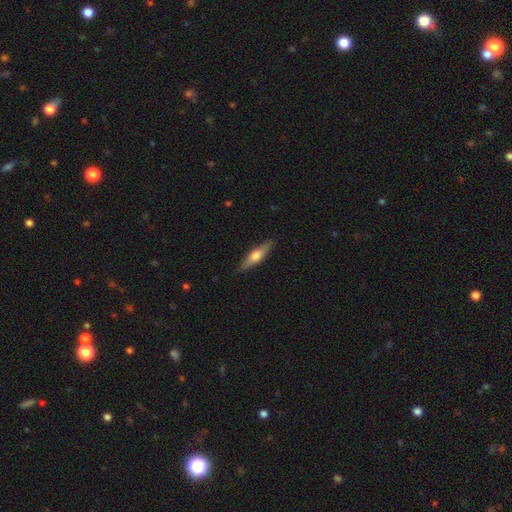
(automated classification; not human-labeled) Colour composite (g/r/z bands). It shows a smooth galaxy with no disk features (47%, tied with featured or disk). Merging: none (88%).